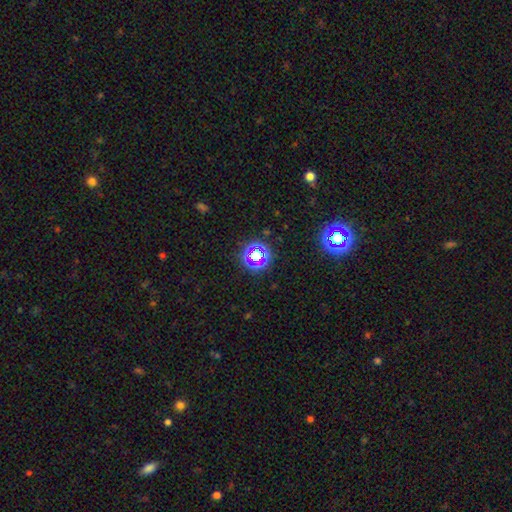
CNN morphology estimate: Q: Smooth or featured?
A: star or artifact (63%); runner-up: smooth (26%)